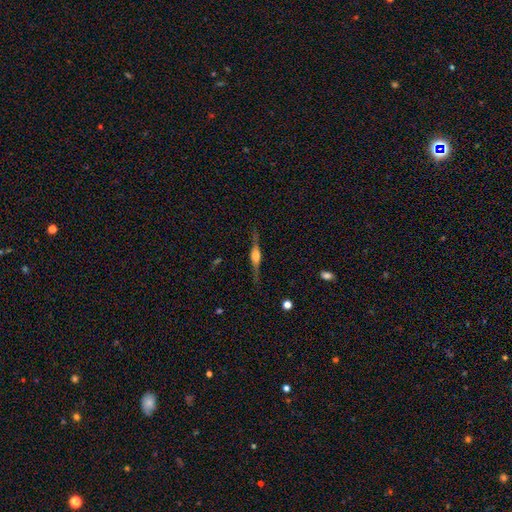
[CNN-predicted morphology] This is likely a featured or disk galaxy (79%). It is clearly viewed edge-on (97%). Edge-on bulge: clearly rounded (85%). Merging: clearly none (86%).